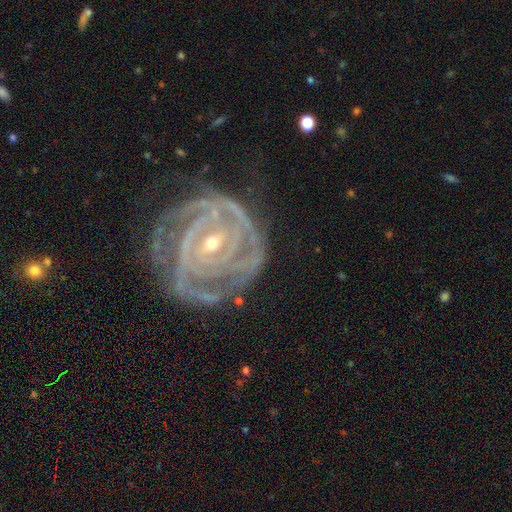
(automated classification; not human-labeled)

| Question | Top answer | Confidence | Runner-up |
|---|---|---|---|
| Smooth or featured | featured or disk | 91% | star or artifact (5%) |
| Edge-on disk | no | 97% | yes (3%) |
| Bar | weak | 37% | no (35%) |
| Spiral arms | yes | 98% | no (2%) |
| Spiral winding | tight | 82% | medium (15%) |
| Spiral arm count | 3 | 26% | 2 (20%) |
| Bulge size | small | 66% | moderate (31%) |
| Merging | none | 68% | minor disturbance (20%) |